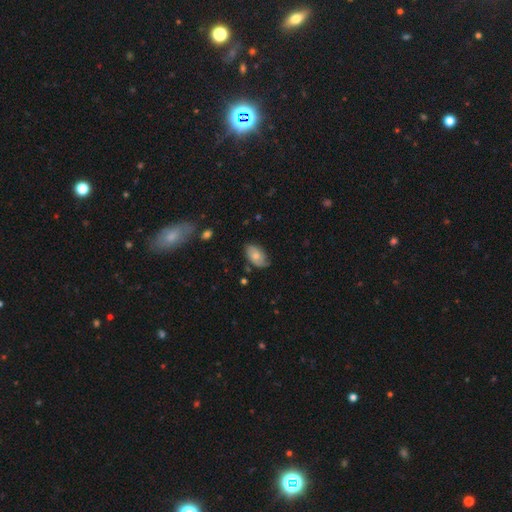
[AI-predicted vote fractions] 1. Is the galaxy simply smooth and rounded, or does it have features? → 56% smooth, 37% featured or disk, 7% star or artifact.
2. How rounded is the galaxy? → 92% in between, 6% round, 2% cigar-shaped.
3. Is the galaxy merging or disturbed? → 70% none, 23% minor disturbance, 5% major disturbance, 2% merger.